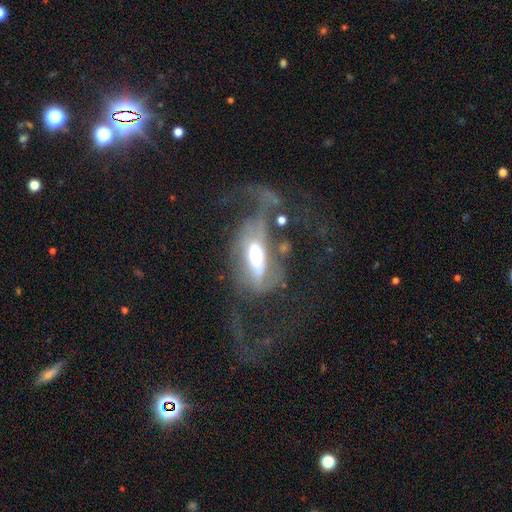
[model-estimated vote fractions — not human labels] Smooth or featured? featured or disk (59%)
Edge-on disk? no (79%)
Merging? major disturbance (60%)